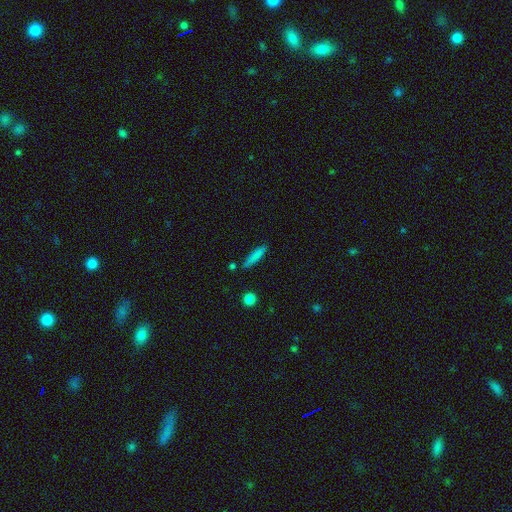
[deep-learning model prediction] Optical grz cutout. It shows a smooth galaxy with no disk features (80%) that is cigar-shaped (87%). Merging: none (82%).